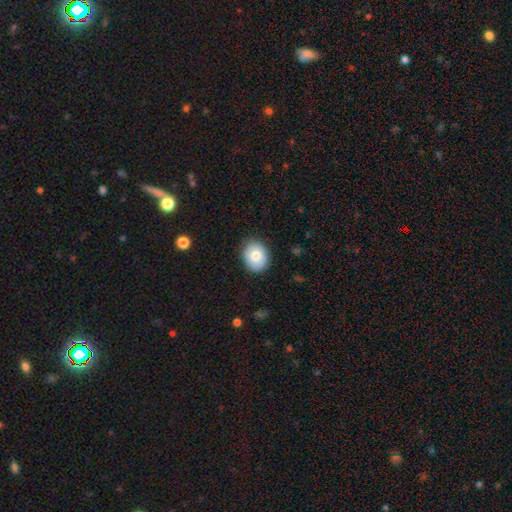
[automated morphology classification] The model was most divided on "how rounded": in between: 50%, round: 49%, cigar-shaped: 1%. More confident: merging — none (84%); smooth or featured — smooth (79%).